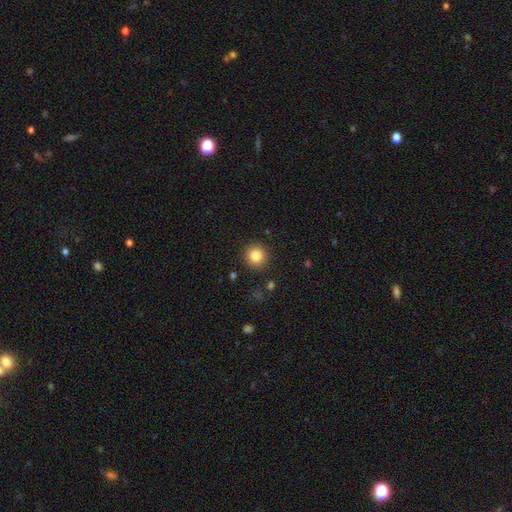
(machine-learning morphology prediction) Smooth or featured: smooth — 83% (star or artifact — 11%)
How rounded: round — 93% (in between — 6%)
Merging: none — 91% (minor disturbance — 6%)